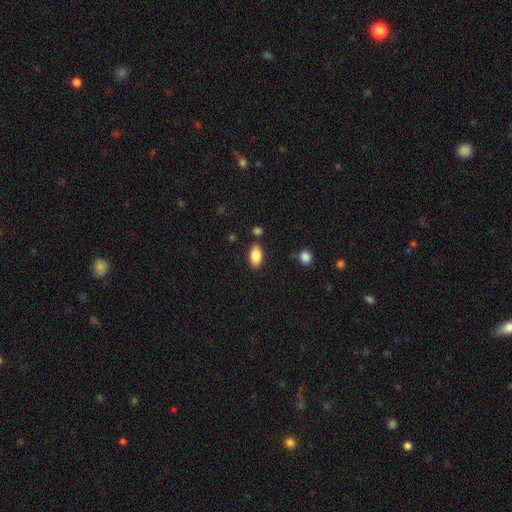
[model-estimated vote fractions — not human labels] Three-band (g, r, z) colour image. It shows a smooth galaxy with no disk features (85%) that is in between round and cigar-shaped (92%). Merging: none (83%).